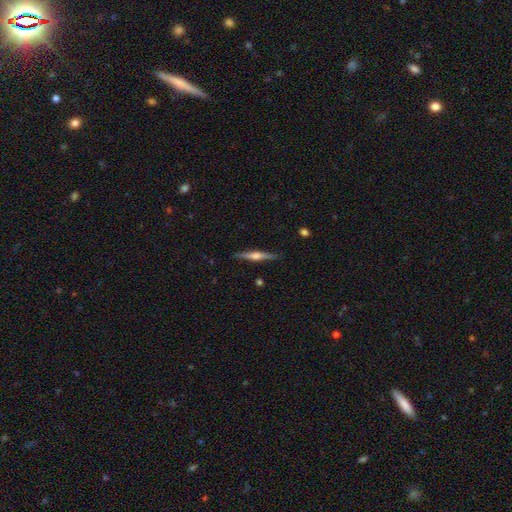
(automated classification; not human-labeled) Morphology: type=featured or disk (69%); edge-on=yes (98%); edge-on bulge=rounded (80%); merging=none (88%).